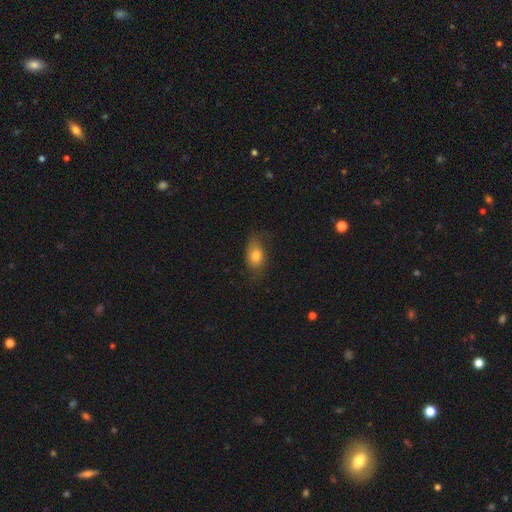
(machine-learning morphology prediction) smooth 74%, featured or disk 17%, star or artifact 9%. Down the decision tree: how rounded — in between (78%); merging — none (59%).